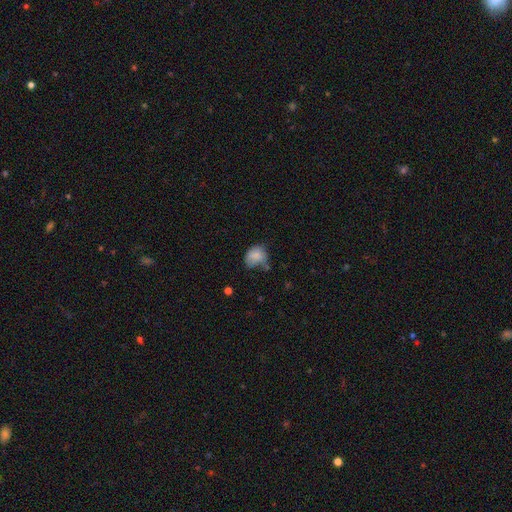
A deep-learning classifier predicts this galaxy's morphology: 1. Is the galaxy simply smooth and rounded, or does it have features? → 79% smooth, 12% featured or disk, 9% star or artifact.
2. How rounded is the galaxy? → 54% round, 45% in between, 1% cigar-shaped.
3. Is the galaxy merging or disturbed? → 42% none, 36% minor disturbance, 14% major disturbance, 8% merger.